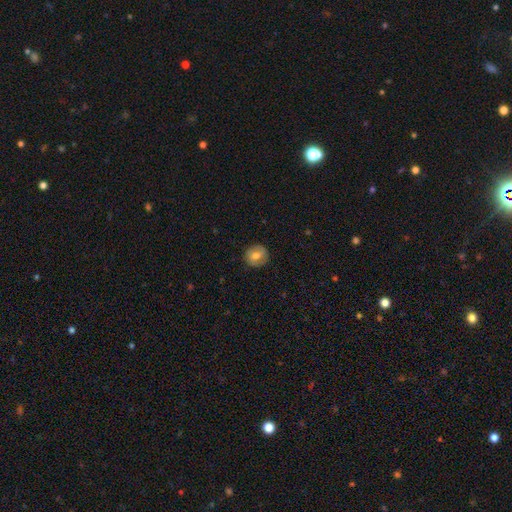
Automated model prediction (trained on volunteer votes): Smooth or featured: smooth — 61% (featured or disk — 31%)
How rounded: round — 85% (in between — 14%)
Merging: none — 86% (minor disturbance — 10%)